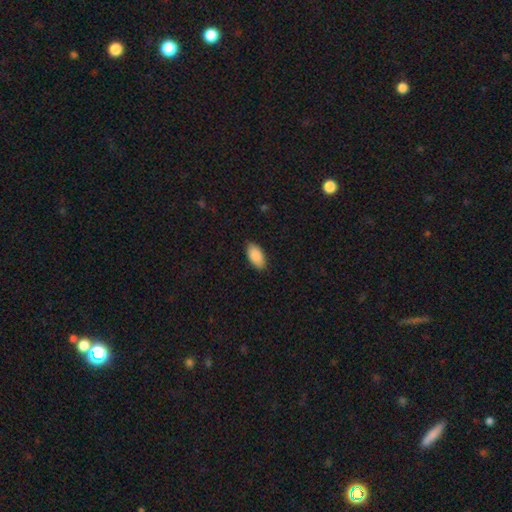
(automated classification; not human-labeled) The model was most divided on "merging": none: 86%, minor disturbance: 10%, major disturbance: 2%, merger: 1%. More confident: how rounded — in between (95%); smooth or featured — smooth (90%).